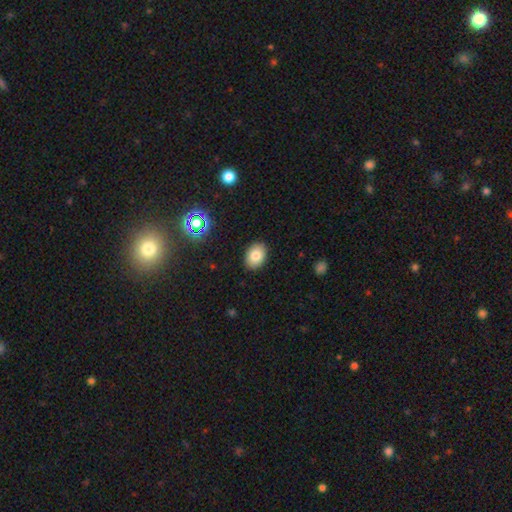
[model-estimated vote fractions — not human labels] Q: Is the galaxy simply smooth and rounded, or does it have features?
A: smooth — 81%.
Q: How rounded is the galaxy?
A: in between — 76%.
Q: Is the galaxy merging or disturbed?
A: none — 89%.